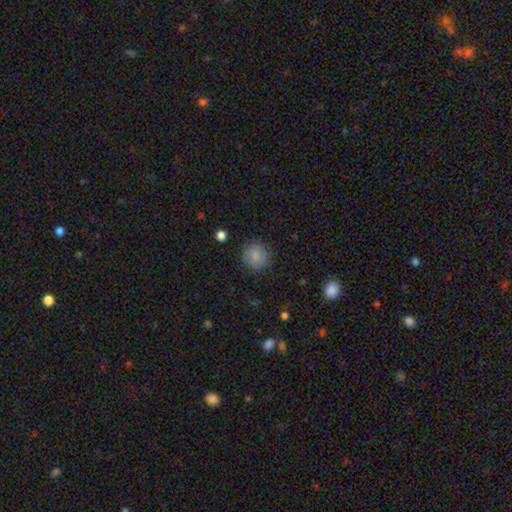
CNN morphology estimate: Overall: smooth (86%). How rounded: round (90%). Merging: none (88%).